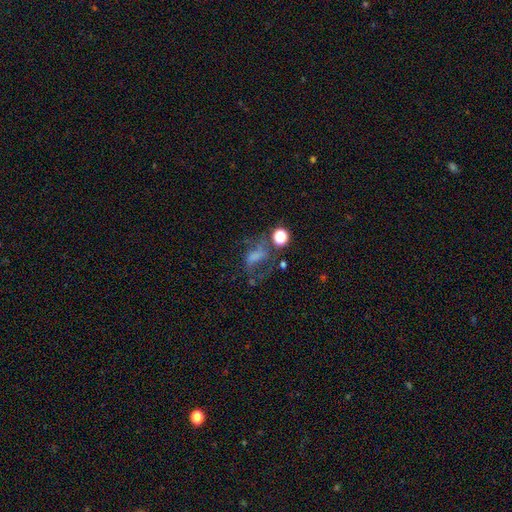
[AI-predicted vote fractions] Smooth or featured: featured or disk — 39% (smooth — 37%)
Merging: major disturbance — 37% (none — 35%)